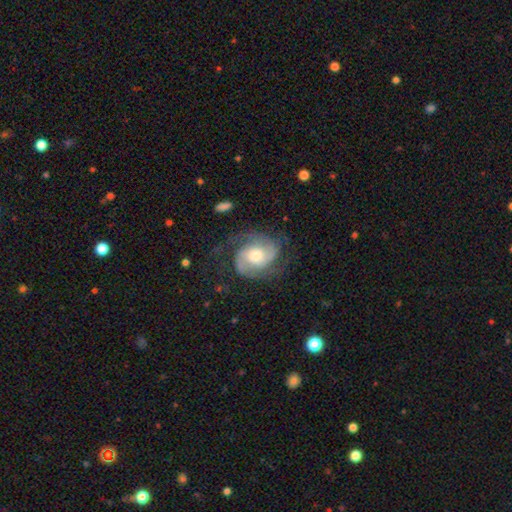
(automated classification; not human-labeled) Smooth or featured? Predicted: featured or disk (p=0.87). Edge-on disk? Predicted: no (p=0.98). Bar? Predicted: no (p=0.61). Spiral arms? Predicted: yes (p=0.97). Spiral winding? Predicted: medium (p=0.48). Spiral arm count? Predicted: 2 (p=0.78). Bulge size? Predicted: moderate (p=0.63). Merging? Predicted: none (p=0.68).